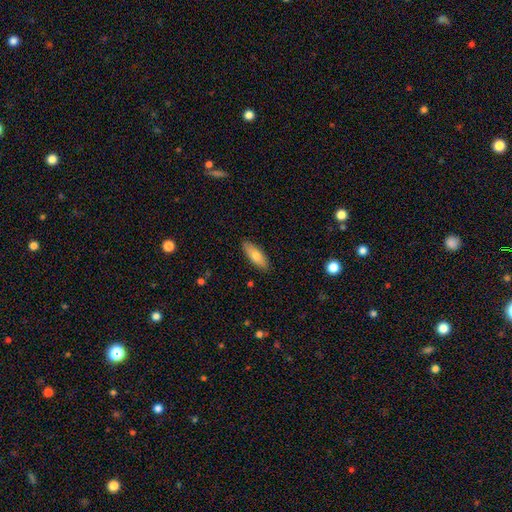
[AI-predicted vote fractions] Morphology: type=smooth (72%); roundness=in between (67%); merging=none (86%).